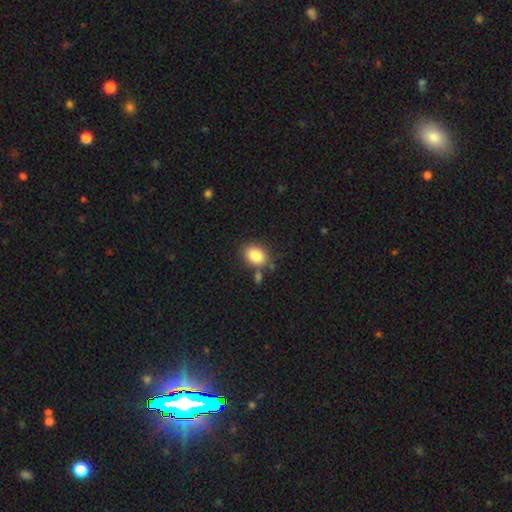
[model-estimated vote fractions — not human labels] smooth 85%, star or artifact 8%, featured or disk 6%. Down the decision tree: how rounded — in between (64%); merging — none (72%).